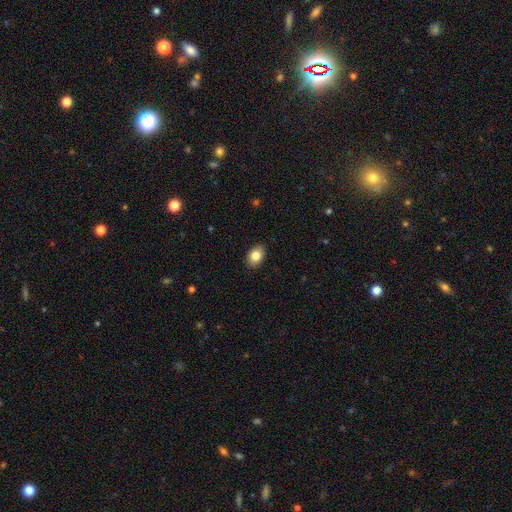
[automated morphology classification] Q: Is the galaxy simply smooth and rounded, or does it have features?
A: smooth — 84%.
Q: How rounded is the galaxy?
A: in between — 82%.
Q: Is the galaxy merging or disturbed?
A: none — 88%.